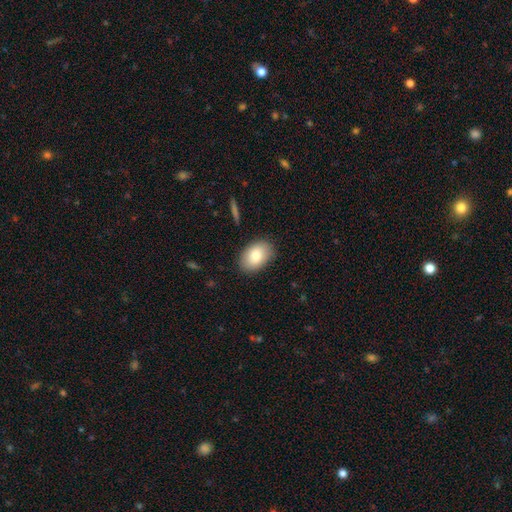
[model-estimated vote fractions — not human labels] smooth_or_featured: smooth (p=0.82) [alt: featured or disk p=0.11]
how_rounded: in between (p=0.88) [alt: round p=0.11]
merging: none (p=0.86) [alt: minor disturbance p=0.10]